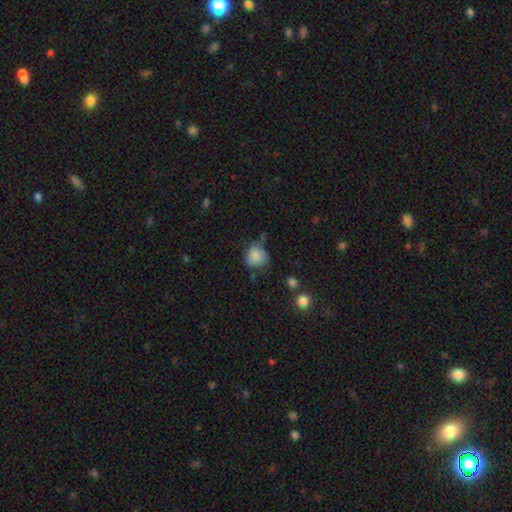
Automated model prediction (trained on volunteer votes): Overall: smooth (83%). How rounded: round (79%). Merging: none (58%; minor disturbance 28%).